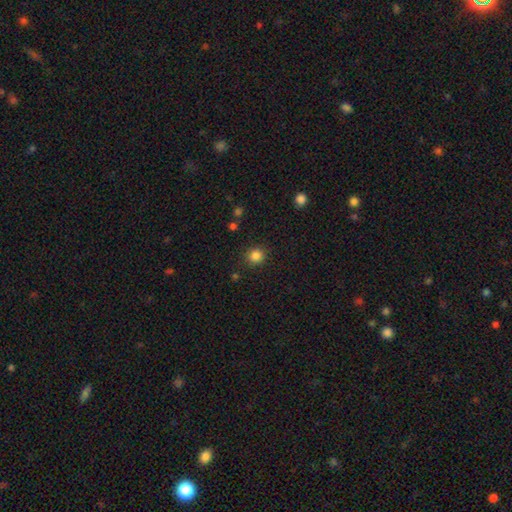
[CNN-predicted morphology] Smooth or featured?
  - smooth: 84% *
  - star or artifact: 12%
  - featured or disk: 4%
How rounded?
  - round: 88% *
  - in between: 11%
  - cigar-shaped: 1%
Merging?
  - none: 88% *
  - minor disturbance: 7%
  - major disturbance: 3%
  - merger: 2%